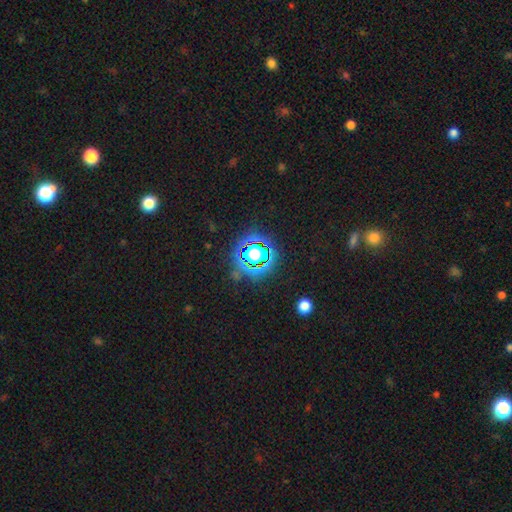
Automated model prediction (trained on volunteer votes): This is clearly a star or artifact rather than a galaxy (80%).